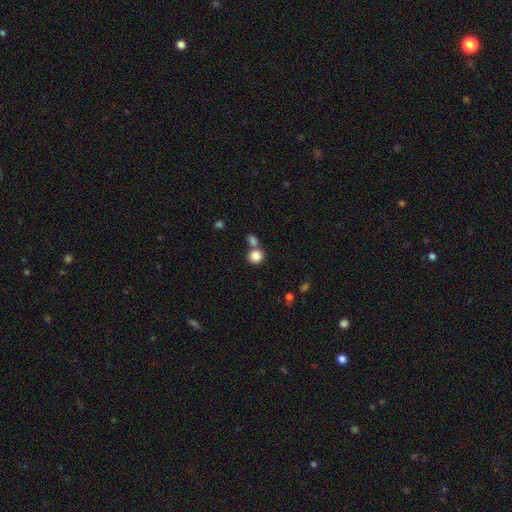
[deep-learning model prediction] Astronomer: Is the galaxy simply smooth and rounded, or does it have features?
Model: smooth — 85%.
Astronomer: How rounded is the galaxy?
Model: round — 84%.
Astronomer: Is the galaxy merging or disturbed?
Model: none — 56% (runner-up: merger, 32%).